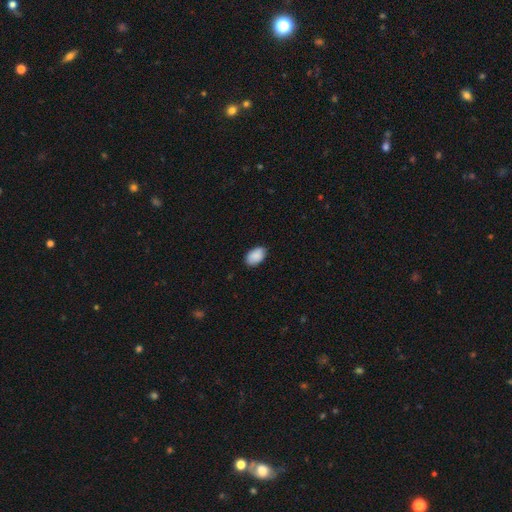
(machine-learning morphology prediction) The model was most divided on "merging": none: 82%, minor disturbance: 14%, major disturbance: 2%, merger: 1%. More confident: how rounded — in between (92%); smooth or featured — smooth (89%).